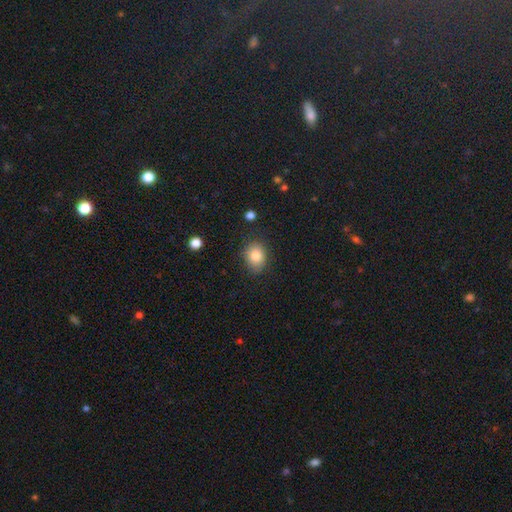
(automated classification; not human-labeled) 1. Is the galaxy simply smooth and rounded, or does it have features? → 83% smooth, 9% star or artifact, 7% featured or disk.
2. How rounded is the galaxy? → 53% in between, 46% round, 1% cigar-shaped.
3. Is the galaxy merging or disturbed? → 80% none, 14% minor disturbance, 3% major disturbance, 2% merger.